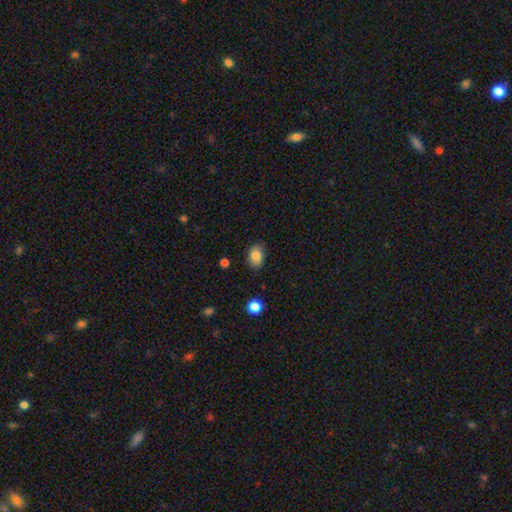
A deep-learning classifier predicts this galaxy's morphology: Overall: smooth (83%). How rounded: in between (78%). Merging: none (79%).